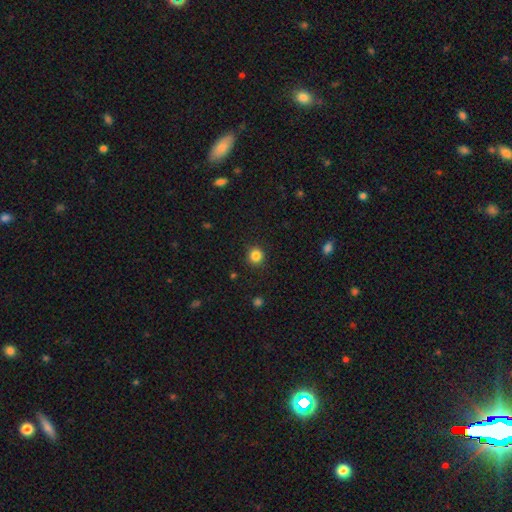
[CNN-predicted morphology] Smooth or featured? smooth (84%)
How rounded? round (92%)
Merging? none (91%)